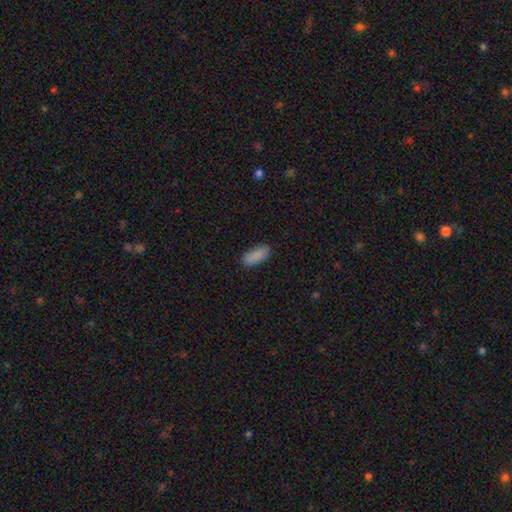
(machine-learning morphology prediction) smooth 89%, star or artifact 7%, featured or disk 4%. Down the decision tree: how rounded — in between (80%); merging — none (85%).